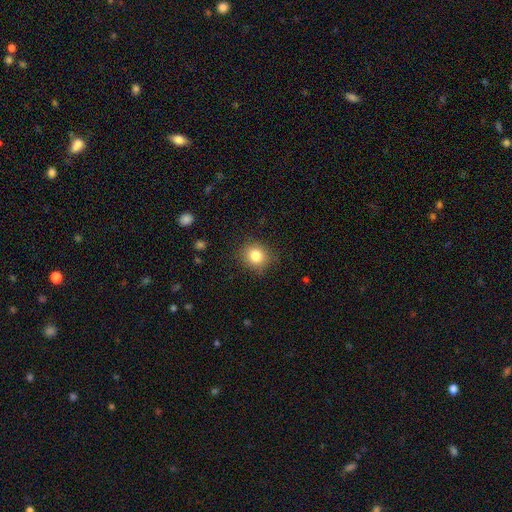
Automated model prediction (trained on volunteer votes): smooth-or-featured: smooth: 83% | star or artifact: 11% | featured or disk: 6%
  how-rounded: round: 84% | in between: 15% | cigar-shaped: 1%
  merging: none: 87% | minor disturbance: 10% | major disturbance: 3% | merger: 1%